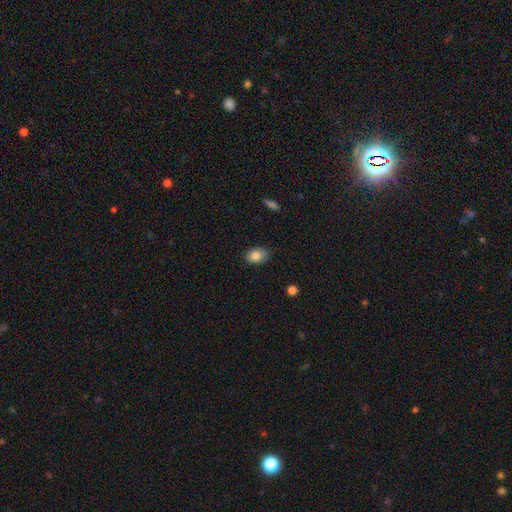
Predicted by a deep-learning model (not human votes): Morphology: type=smooth (84%); roundness=in between (83%); merging=none (82%).